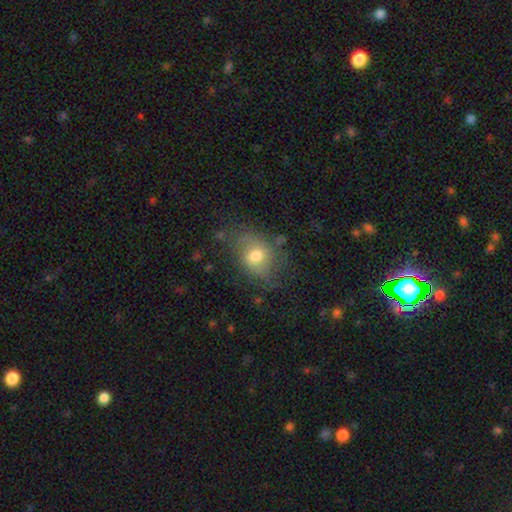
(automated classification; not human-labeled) This appears to be a smooth galaxy with no disk features (61%) that is in between round and cigar-shaped (61%). Merging: none (58%).